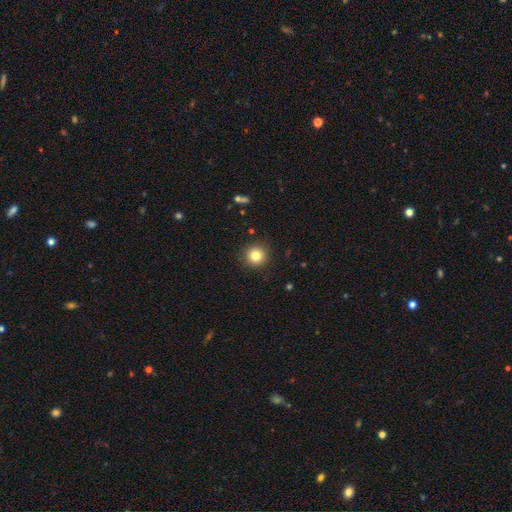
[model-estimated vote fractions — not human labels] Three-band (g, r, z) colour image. It shows a smooth galaxy with no disk features (82%) that is round (95%). Merging: none (91%).